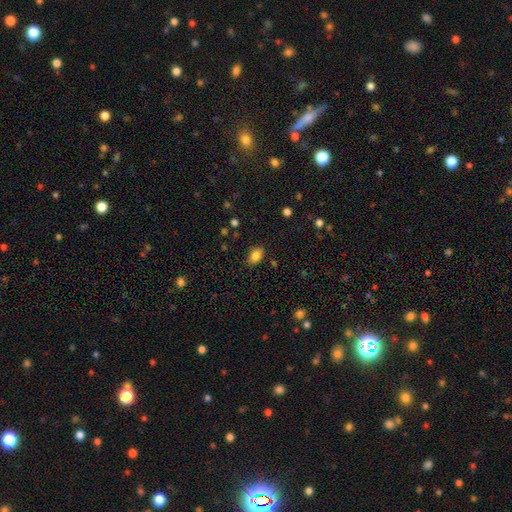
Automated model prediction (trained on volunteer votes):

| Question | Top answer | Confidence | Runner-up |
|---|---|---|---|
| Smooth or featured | smooth | 84% | star or artifact (9%) |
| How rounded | in between | 84% | round (14%) |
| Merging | none | 85% | minor disturbance (11%) |